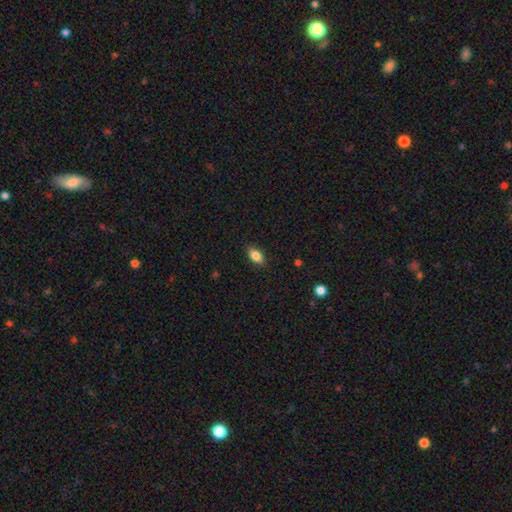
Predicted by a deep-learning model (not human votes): Smooth or featured: smooth — 81% (featured or disk — 11%)
How rounded: in between — 87% (cigar-shaped — 8%)
Merging: none — 86% (minor disturbance — 11%)